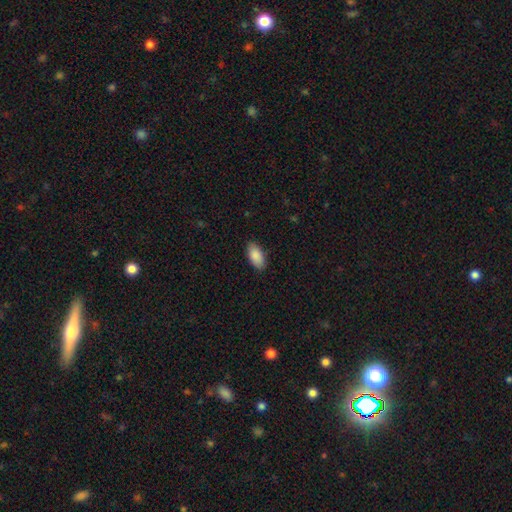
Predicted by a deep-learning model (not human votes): This appears to be a smooth galaxy with no disk features (89%) that is in between round and cigar-shaped (93%). Merging: none (87%).